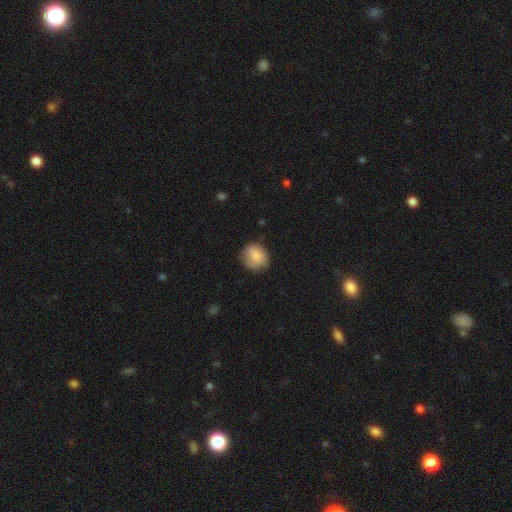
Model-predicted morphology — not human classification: type=smooth (78%); roundness=round (82%); merging=none (72%).